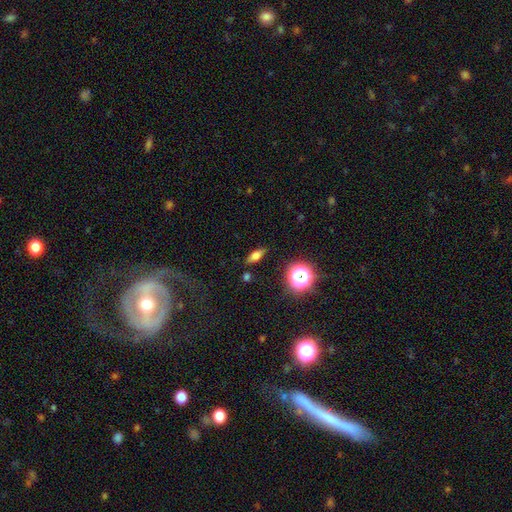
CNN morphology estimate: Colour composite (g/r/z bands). It shows a smooth galaxy with no disk features (61%) that is in between round and cigar-shaped (58%). Merging: none (86%).